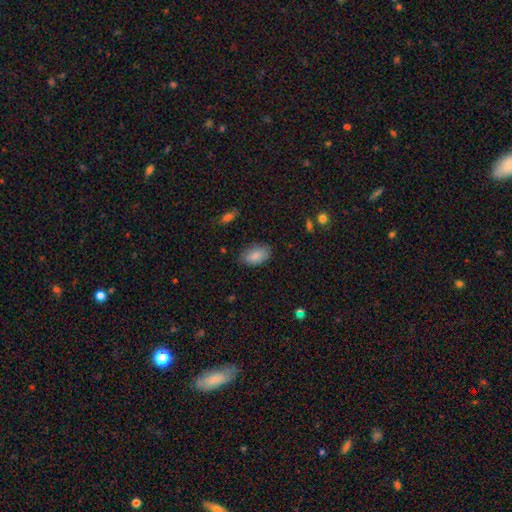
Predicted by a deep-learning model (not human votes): The model was most divided on "merging": none: 79%, minor disturbance: 16%, major disturbance: 3%, merger: 1%. More confident: how rounded — in between (93%); smooth or featured — smooth (86%).